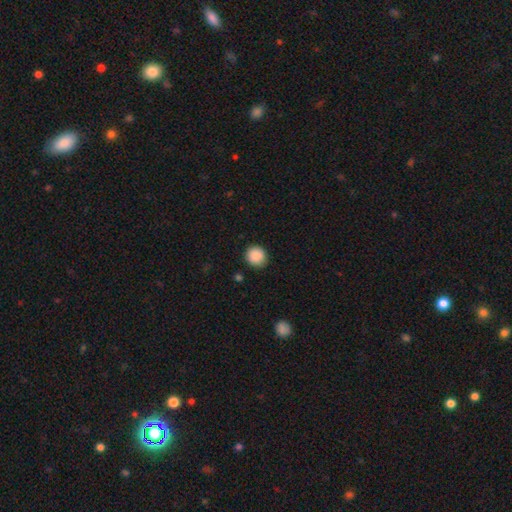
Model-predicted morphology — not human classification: type=smooth (89%); roundness=round (89%); merging=none (87%).